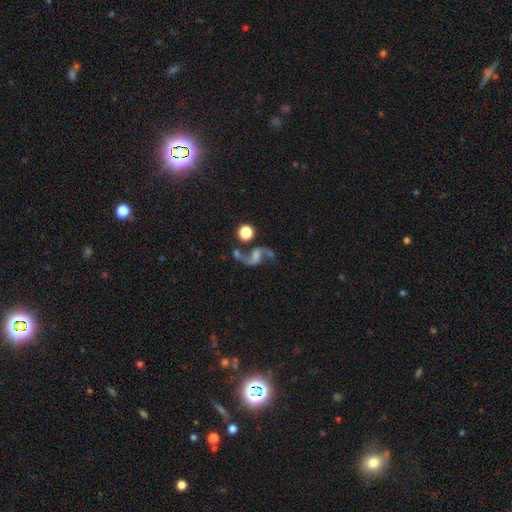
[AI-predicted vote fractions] Morphology: type=featured or disk (84%); edge-on=no (97%); bar=weak (42%, tied with no); spiral arms=yes (96%); winding=loose (83%); arm count=2 (93%); bulge=none (33%); merging=none (59%).